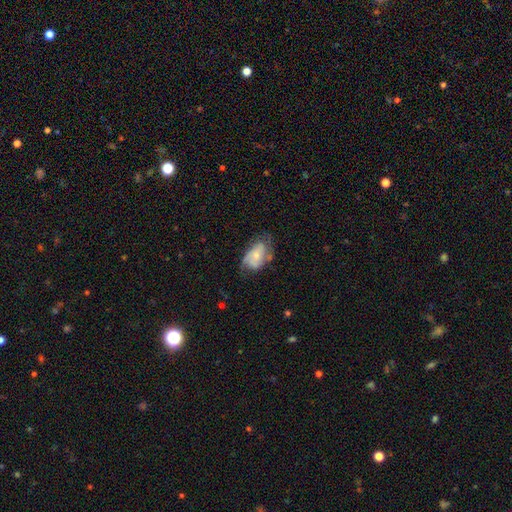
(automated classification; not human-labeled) Morphology: type=featured or disk (51%); edge-on=no (95%); merging=none (50%).